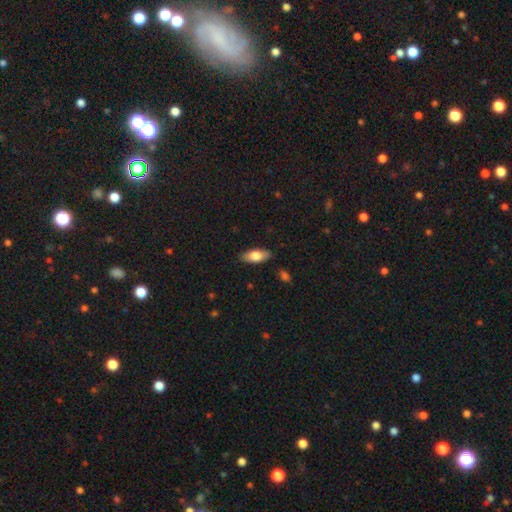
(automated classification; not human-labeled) smooth_or_featured: smooth (p=0.75) [alt: featured or disk p=0.19]
how_rounded: in between (p=0.84) [alt: cigar-shaped p=0.13]
merging: none (p=0.85) [alt: minor disturbance p=0.11]